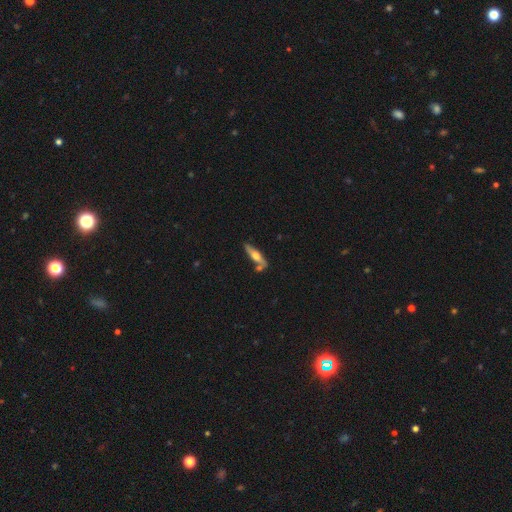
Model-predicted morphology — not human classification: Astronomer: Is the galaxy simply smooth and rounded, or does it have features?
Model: featured or disk — 52% (runner-up: smooth, 42%).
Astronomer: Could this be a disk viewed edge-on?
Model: yes — 83%.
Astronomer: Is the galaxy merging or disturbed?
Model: none — 67%.